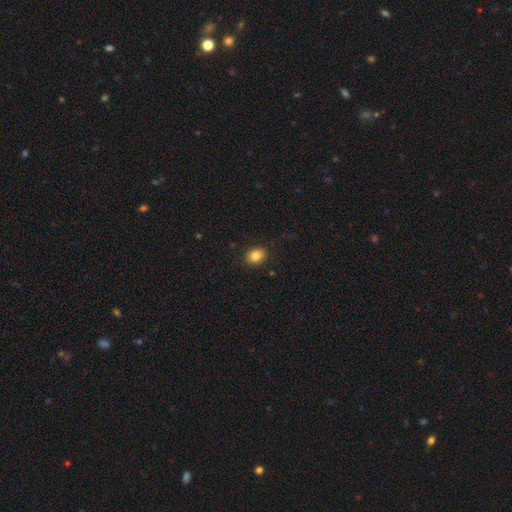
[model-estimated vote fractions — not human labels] This is clearly a smooth galaxy (84%). How rounded: possibly in between (59%). Merging: clearly none (88%).